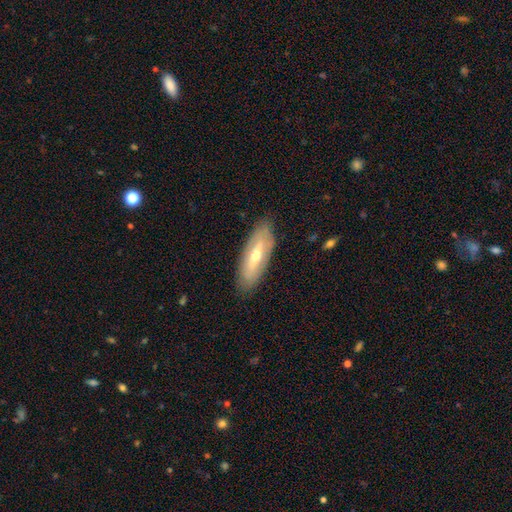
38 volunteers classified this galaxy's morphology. This appears to be a featured or disk galaxy (58%) with a strong bar (47%), no spiral arms (82%) and a moderate central bulge (65%). Merging: none (80%).